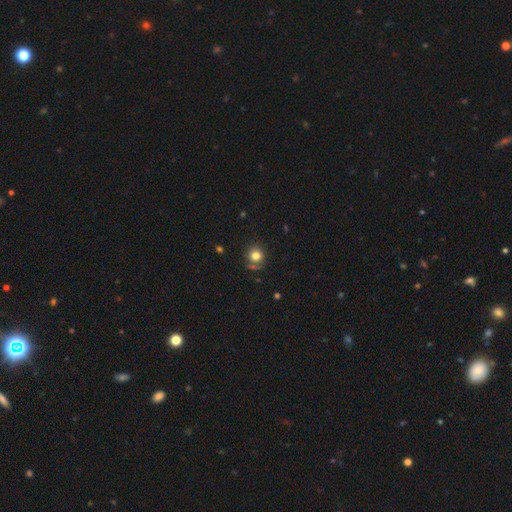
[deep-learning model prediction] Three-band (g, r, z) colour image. It shows a smooth galaxy with no disk features (78%) that is round (89%). Merging: none (76%).